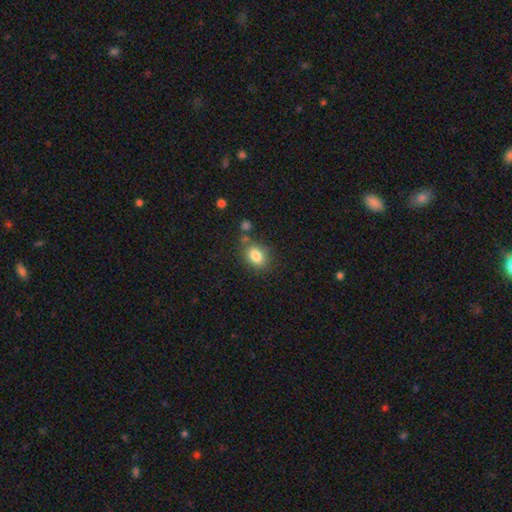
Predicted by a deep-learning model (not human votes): smooth_or_featured: smooth (p=0.83) [alt: star or artifact p=0.09]
how_rounded: in between (p=0.64) [alt: round p=0.34]
merging: none (p=0.71) [alt: minor disturbance p=0.16]